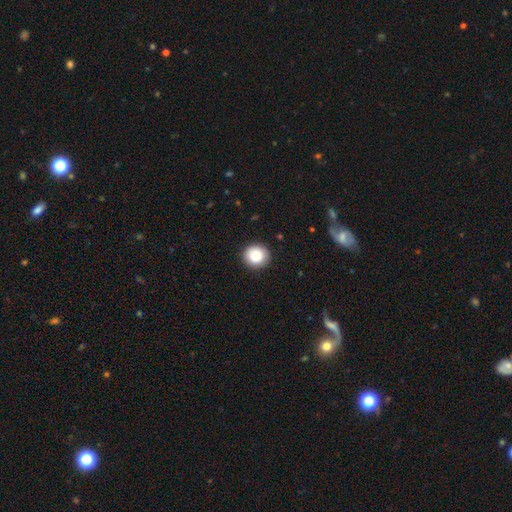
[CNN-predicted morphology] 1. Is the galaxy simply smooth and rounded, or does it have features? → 83% smooth, 9% star or artifact, 8% featured or disk.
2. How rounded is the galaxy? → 91% round, 8% in between, 1% cigar-shaped.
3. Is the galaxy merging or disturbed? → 92% none, 5% minor disturbance, 2% major disturbance, 1% merger.